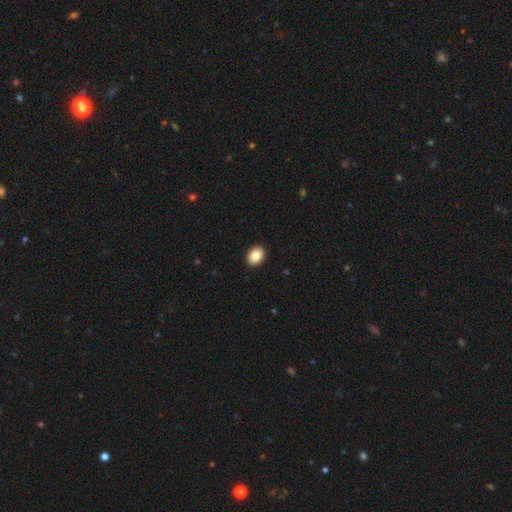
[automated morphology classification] smooth 85%, star or artifact 8%, featured or disk 6%. Down the decision tree: how rounded — in between (66%); merging — none (92%).